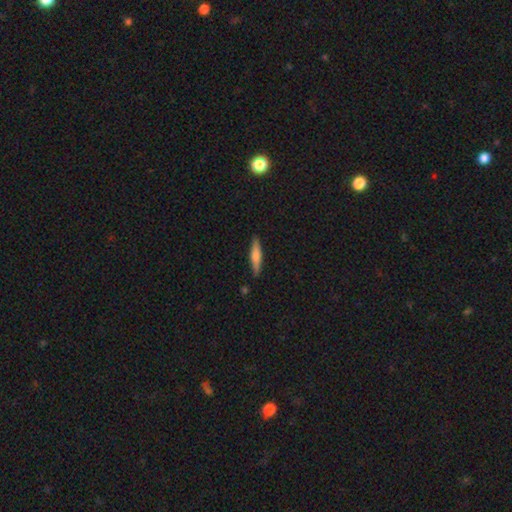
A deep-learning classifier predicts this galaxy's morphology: smooth-or-featured: smooth: 53% | featured or disk: 41% | star or artifact: 6%
  how-rounded: cigar-shaped: 84% | in between: 14% | round: 2%
  merging: none: 87% | minor disturbance: 10% | major disturbance: 2% | merger: 2%